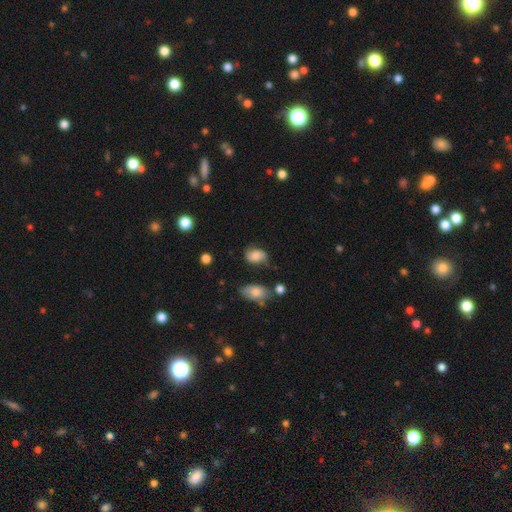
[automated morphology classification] Q: Smooth or featured?
A: smooth (64%); runner-up: featured or disk (26%)
Q: How rounded?
A: in between (75%); runner-up: round (23%)
Q: Merging?
A: none (52%); runner-up: minor disturbance (31%)